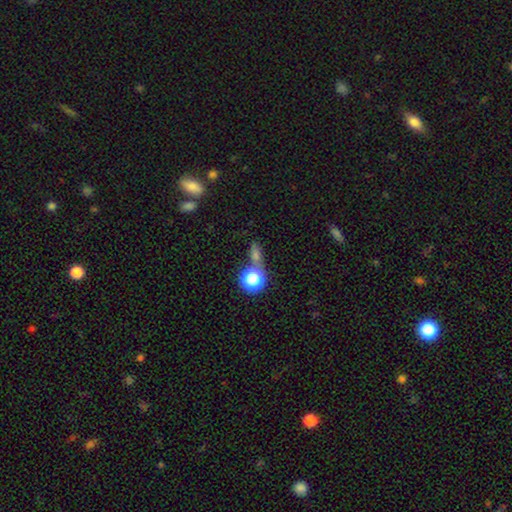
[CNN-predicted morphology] type=smooth (57%); roundness=round (47%); merging=none (58%).